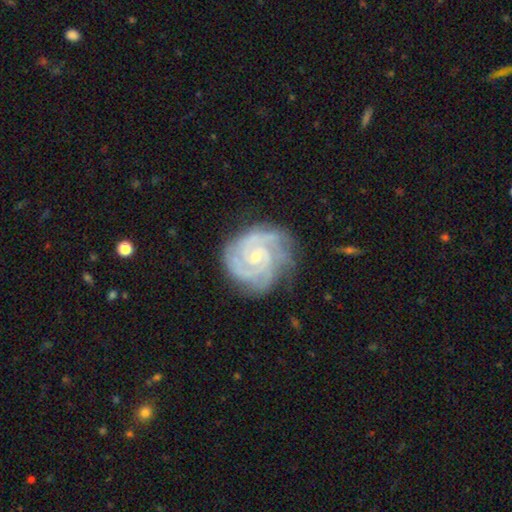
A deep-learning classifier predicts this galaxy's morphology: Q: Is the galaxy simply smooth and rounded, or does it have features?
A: featured or disk — 91%.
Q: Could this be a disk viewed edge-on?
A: no — 98%.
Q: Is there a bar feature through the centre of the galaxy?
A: no — 64%.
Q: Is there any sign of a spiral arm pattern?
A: yes — 98%.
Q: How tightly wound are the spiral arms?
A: tight — 75%.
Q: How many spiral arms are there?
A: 3 — 37%.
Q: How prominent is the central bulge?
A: small — 69%.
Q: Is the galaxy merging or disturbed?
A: none — 73%.